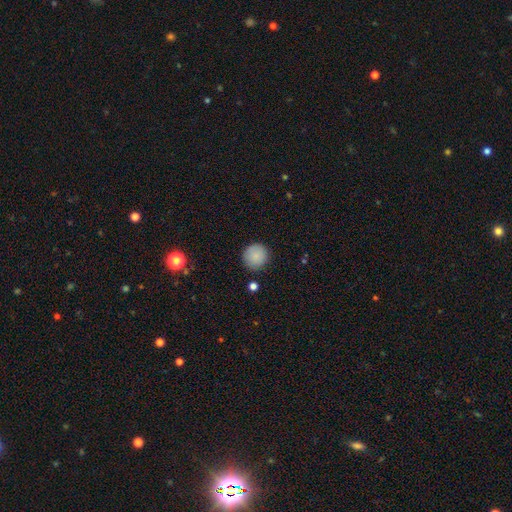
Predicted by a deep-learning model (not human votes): Morphology: type=smooth (87%); roundness=round (95%); merging=none (88%).